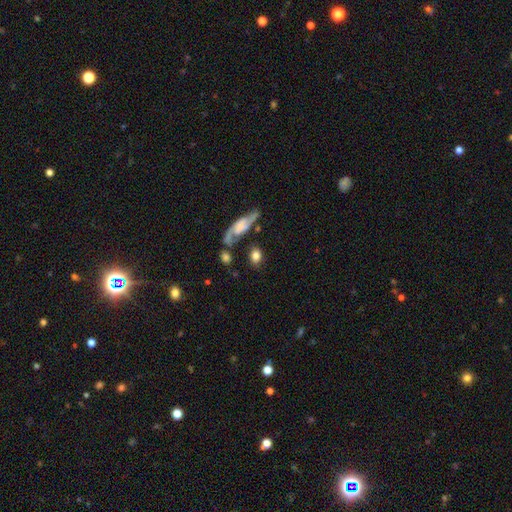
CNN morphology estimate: This appears to be a smooth galaxy with no disk features (73%) that is in between round and cigar-shaped (65%). Merging: none (66%).